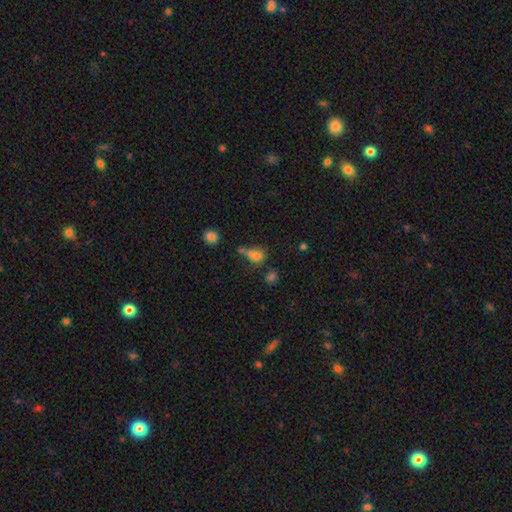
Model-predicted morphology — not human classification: Smooth or featured? smooth (71%)
How rounded? round (55%)
Merging? merger (39%, tied with none)